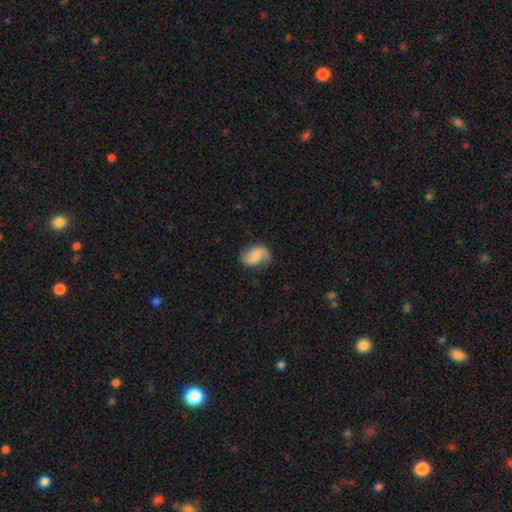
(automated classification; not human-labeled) Smooth or featured?
  - featured or disk: 50% *
  - smooth: 42%
  - star or artifact: 8%
Edge-on disk?
  - no: 97% *
  - yes: 3%
Merging?
  - none: 75% *
  - minor disturbance: 18%
  - major disturbance: 5%
  - merger: 1%